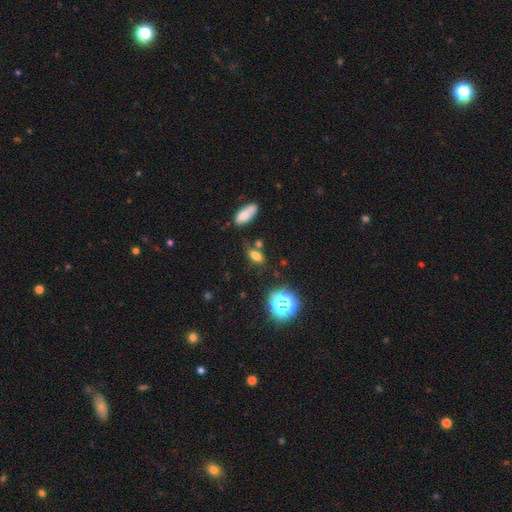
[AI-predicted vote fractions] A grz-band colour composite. It shows a smooth galaxy with no disk features (67%) that is in between round and cigar-shaped (77%). Merging: none (65%).